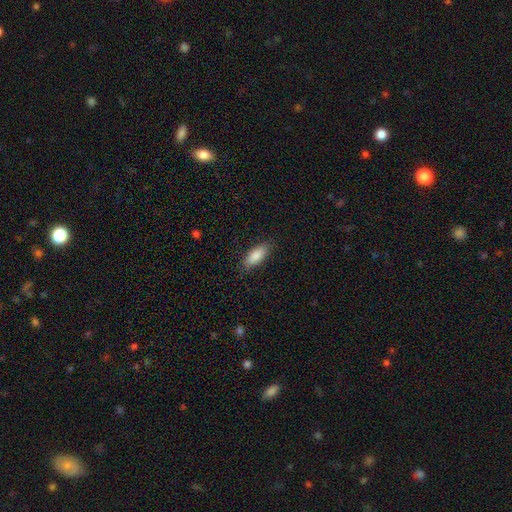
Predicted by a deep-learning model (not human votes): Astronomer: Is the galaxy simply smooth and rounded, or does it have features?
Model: smooth — 86%.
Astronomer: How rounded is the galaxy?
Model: in between — 71%.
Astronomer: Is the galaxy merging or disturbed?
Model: none — 85%.